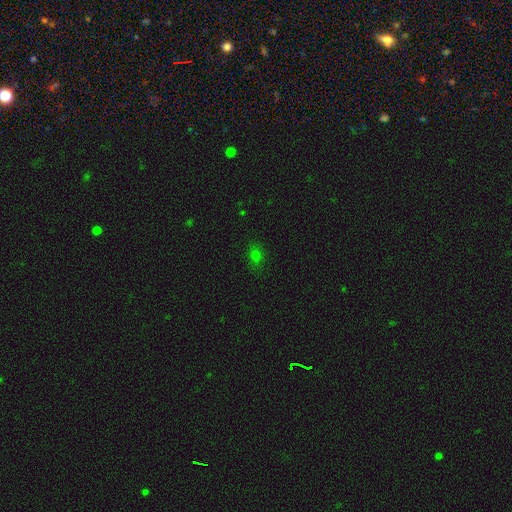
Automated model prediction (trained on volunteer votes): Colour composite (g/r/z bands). It shows a smooth galaxy with no disk features (68%) that is round (50%). Merging: none (83%).